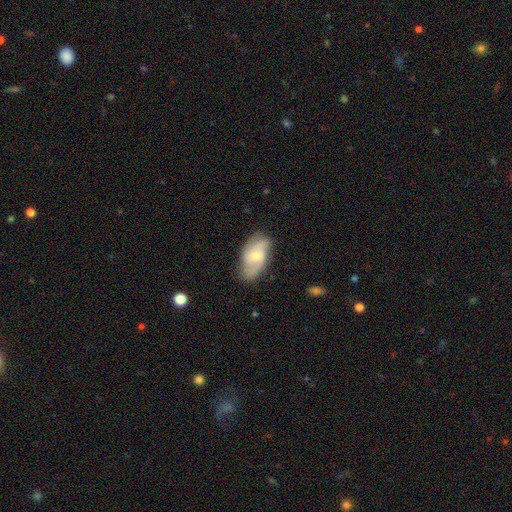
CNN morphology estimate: Smooth or featured? featured or disk (64%)
Edge-on disk? no (94%)
Bar? no (53%)
Spiral arms? yes (89%)
Spiral winding? medium (47%)
Spiral arm count? 2 (61%)
Bulge size? small (53%)
Merging? none (73%)